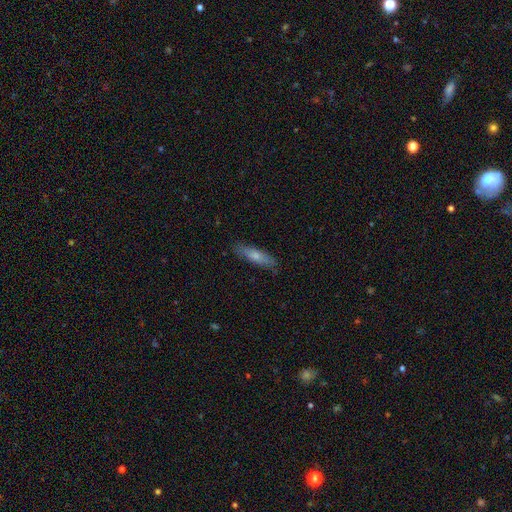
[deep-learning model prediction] This appears to be a smooth galaxy with no disk features (69%) that is cigar-shaped (65%). Merging: none (84%).